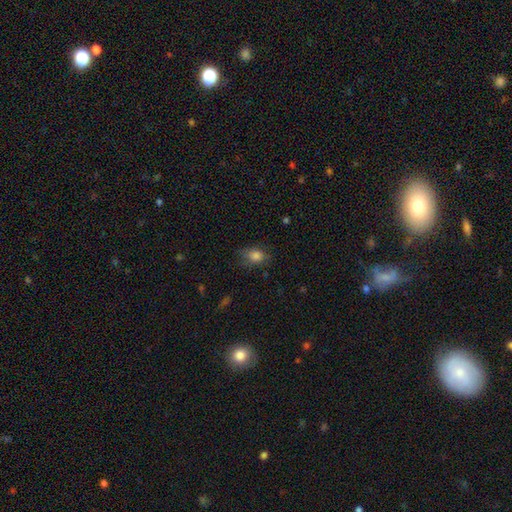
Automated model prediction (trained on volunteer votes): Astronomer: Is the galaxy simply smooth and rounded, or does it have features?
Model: smooth — 81%.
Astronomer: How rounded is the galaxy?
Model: in between — 64%.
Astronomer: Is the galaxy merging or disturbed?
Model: none — 68%.